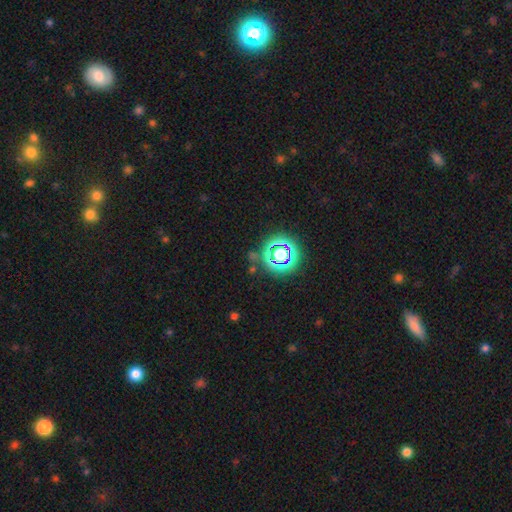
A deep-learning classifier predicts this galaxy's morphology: This appears to be a star or artifact, not a galaxy (67%).